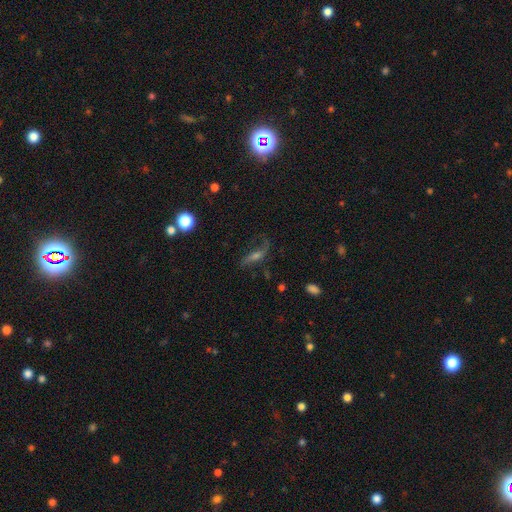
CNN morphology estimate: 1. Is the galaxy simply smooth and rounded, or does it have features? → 59% featured or disk, 25% smooth, 16% star or artifact.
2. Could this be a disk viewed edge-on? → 71% no, 29% yes.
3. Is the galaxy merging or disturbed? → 56% none, 21% major disturbance, 20% minor disturbance, 3% merger.